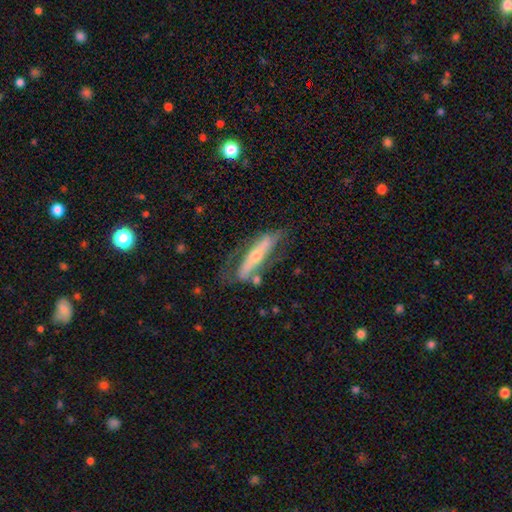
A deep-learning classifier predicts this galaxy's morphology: Smooth or featured? Predicted: featured or disk (p=0.68). Edge-on disk? Predicted: yes (p=0.57). Merging? Predicted: none (p=0.60).